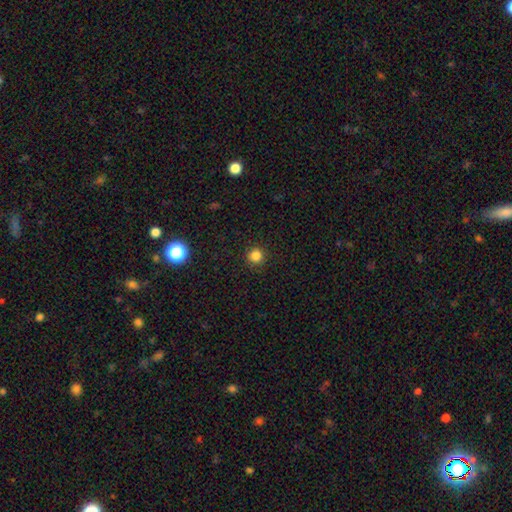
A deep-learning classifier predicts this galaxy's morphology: Smooth or featured? smooth (83%)
How rounded? round (94%)
Merging? none (92%)